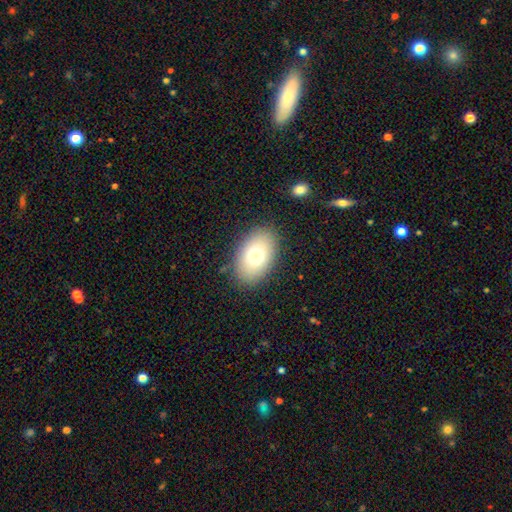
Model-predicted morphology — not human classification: Smooth or featured? smooth (74%)
How rounded? in between (86%)
Merging? none (86%)